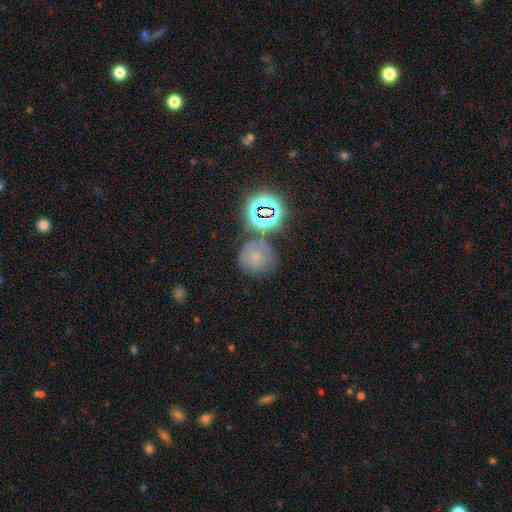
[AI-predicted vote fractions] Smooth or featured? Predicted: smooth (p=0.48). Merging? Predicted: none (p=0.61).